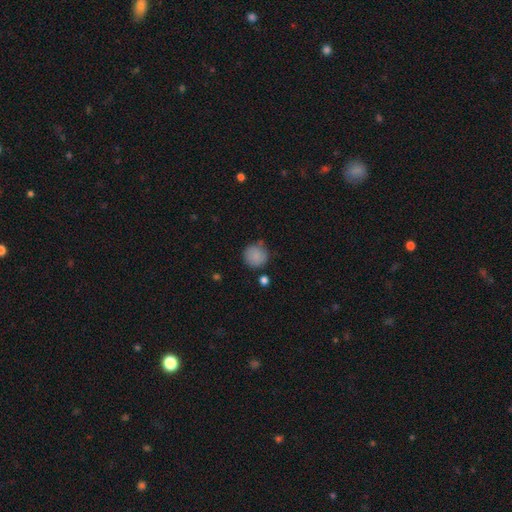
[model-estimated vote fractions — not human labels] Morphology: type=smooth (86%); roundness=round (93%); merging=none (76%).